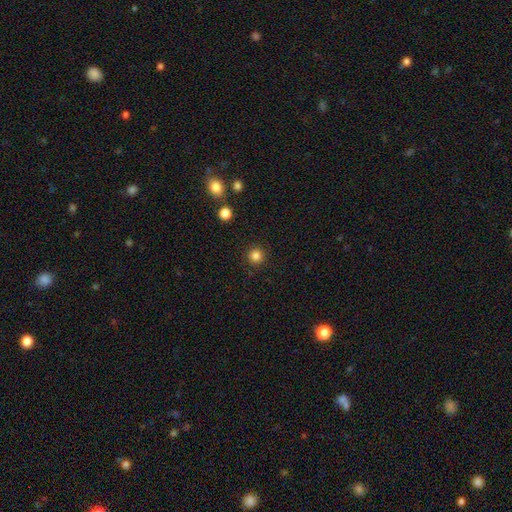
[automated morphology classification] type=smooth (84%); roundness=round (95%); merging=none (92%).